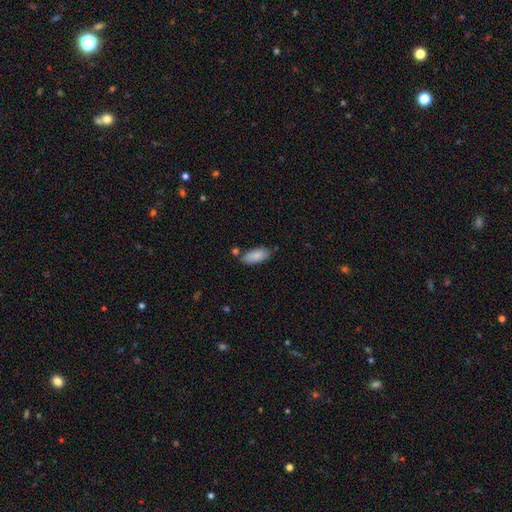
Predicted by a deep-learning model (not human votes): This appears to be a smooth galaxy with no disk features (87%) that is in between round and cigar-shaped (86%). Merging: none (75%).